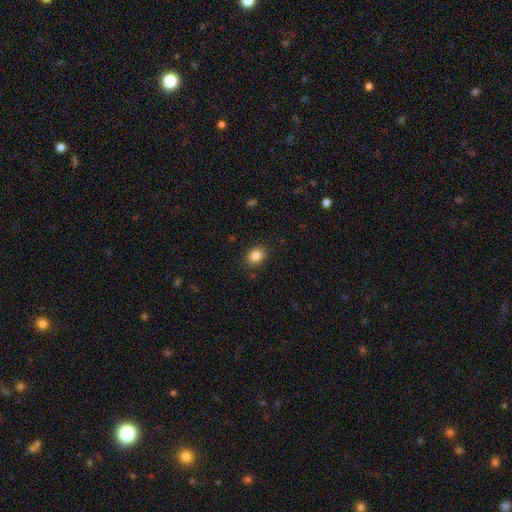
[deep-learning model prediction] smooth_or_featured: smooth (p=0.85) [alt: star or artifact p=0.10]
how_rounded: in between (p=0.59) [alt: round p=0.40]
merging: none (p=0.87) [alt: minor disturbance p=0.10]